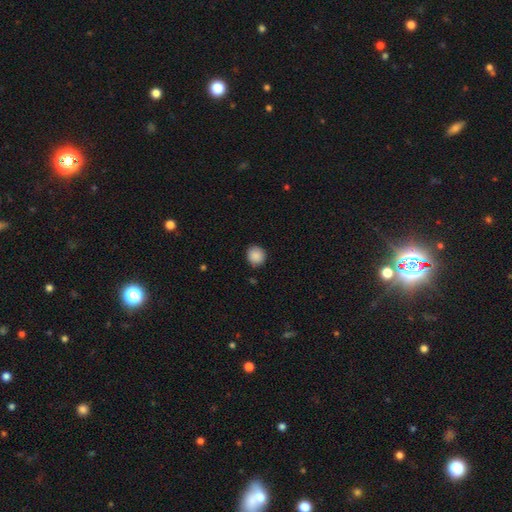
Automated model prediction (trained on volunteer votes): Overall: smooth (88%). How rounded: round (89%). Merging: none (87%).